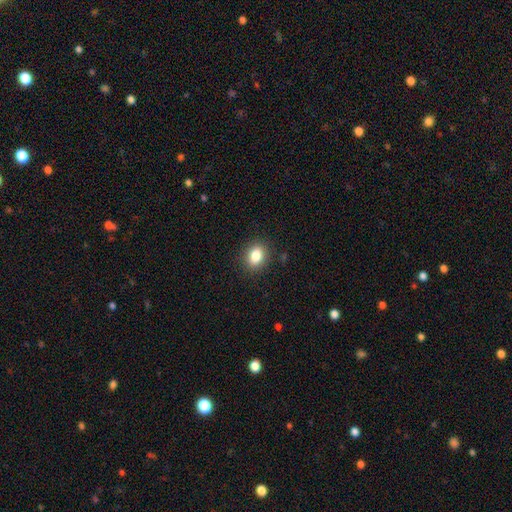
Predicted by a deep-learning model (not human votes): This is clearly a smooth galaxy (83%). How rounded: likely in between (62%). Merging: clearly none (88%).